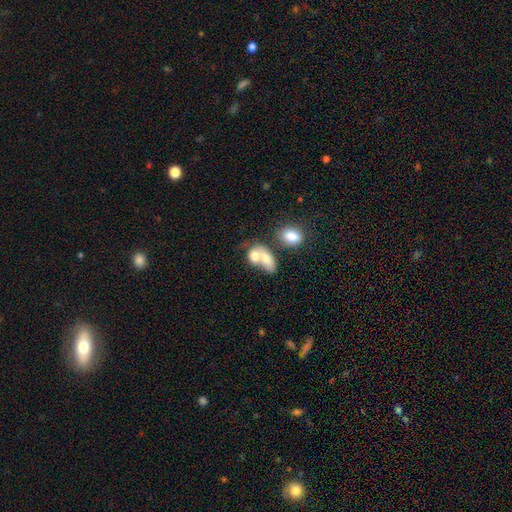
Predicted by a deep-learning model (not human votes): Q: Smooth or featured?
A: smooth (71%); runner-up: featured or disk (21%)
Q: How rounded?
A: in between (69%); runner-up: round (29%)
Q: Merging?
A: merger (66%); runner-up: none (19%)